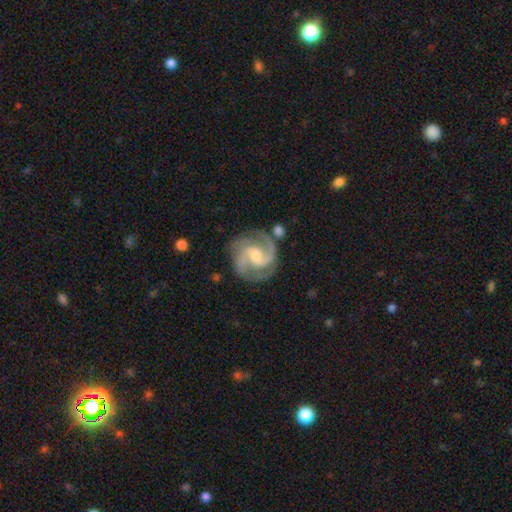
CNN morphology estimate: Overall: featured or disk (91%). Edge-on disk: no (98%). Bar: weak (48%; no 39%). Spiral arms: yes (98%). Spiral arm count: 2 (57%; 3 29%). Spiral winding: medium (54%; tight 36%). Bulge size: moderate (46%, tied with small). Merging: none (76%).